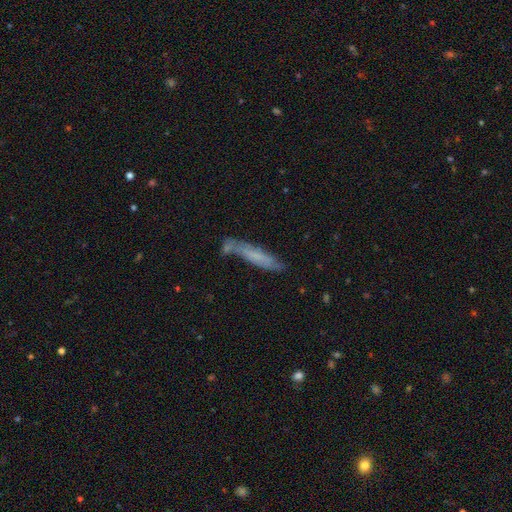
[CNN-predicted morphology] Overall: smooth (56%; featured or disk 36%). How rounded: cigar-shaped (89%). Merging: none (62%).